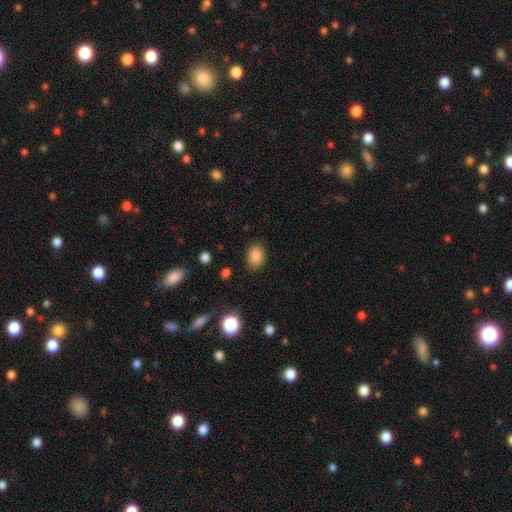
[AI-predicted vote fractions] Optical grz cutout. It shows a smooth galaxy with no disk features (86%) that is in between round and cigar-shaped (75%). Merging: none (83%).